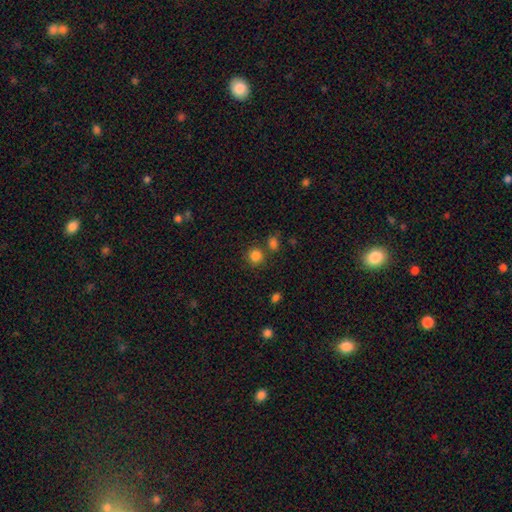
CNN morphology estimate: smooth_or_featured: smooth (p=0.83) [alt: star or artifact p=0.12]
how_rounded: round (p=0.89) [alt: in between p=0.10]
merging: none (p=0.73) [alt: merger p=0.14]